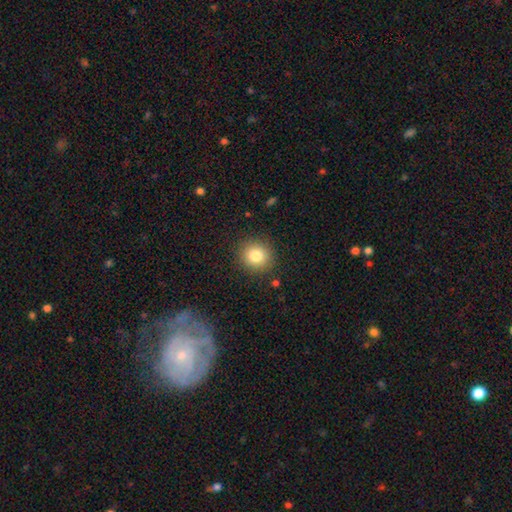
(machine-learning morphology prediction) smooth 82%, star or artifact 10%, featured or disk 8%. Down the decision tree: how rounded — round (89%); merging — none (89%).